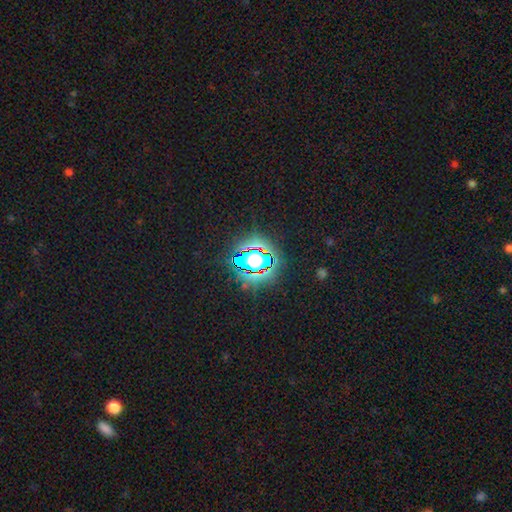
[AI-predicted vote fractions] Morphology: type=star or artifact (84%).